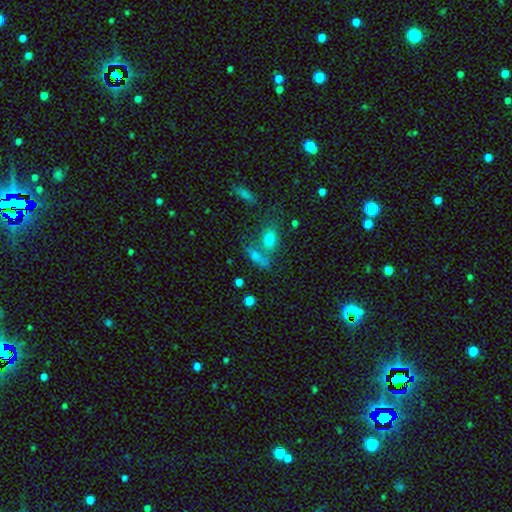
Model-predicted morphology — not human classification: The model was most divided on "merging": none: 46%, merger: 38%, minor disturbance: 11%, major disturbance: 6%. More confident: smooth or featured — smooth (62%); how rounded — in between (59%).